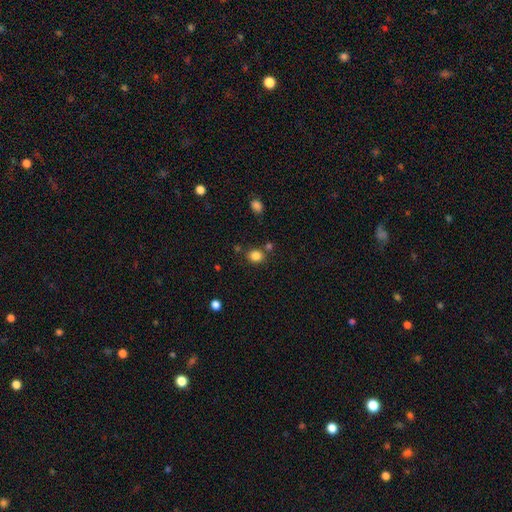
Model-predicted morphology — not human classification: Smooth or featured?
  - smooth: 84% *
  - star or artifact: 12%
  - featured or disk: 5%
How rounded?
  - round: 59% *
  - in between: 40%
  - cigar-shaped: 1%
Merging?
  - none: 75% *
  - minor disturbance: 12%
  - merger: 10%
  - major disturbance: 4%